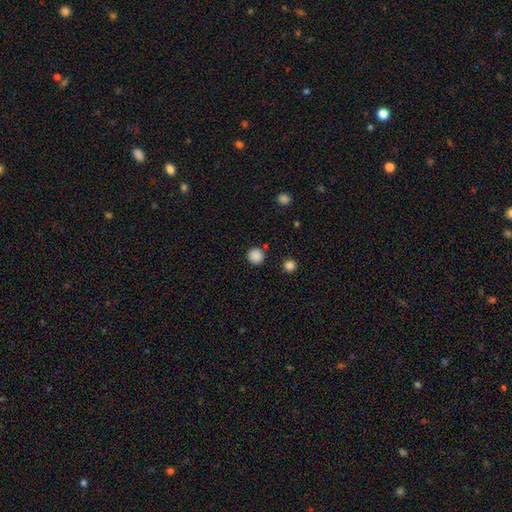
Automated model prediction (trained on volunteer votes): Smooth or featured? smooth (87%)
How rounded? round (93%)
Merging? none (85%)